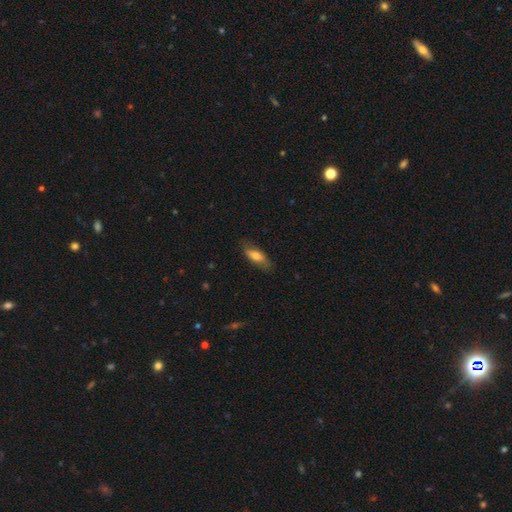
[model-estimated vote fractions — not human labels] Smooth or featured? Predicted: smooth (p=0.64). How rounded? Predicted: in between (p=0.66). Merging? Predicted: none (p=0.76).